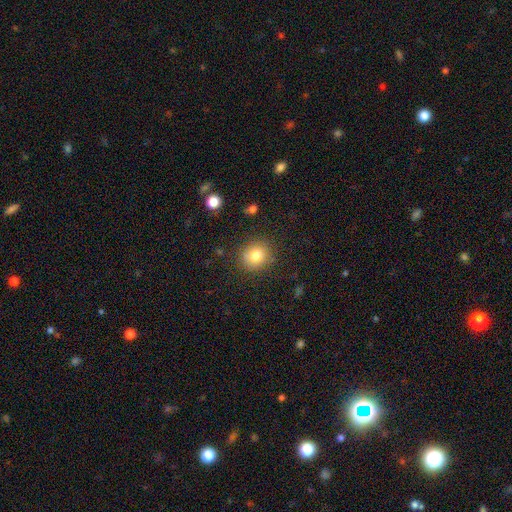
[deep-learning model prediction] This is likely a smooth galaxy (80%). How rounded: clearly round (82%). Merging: clearly none (85%).